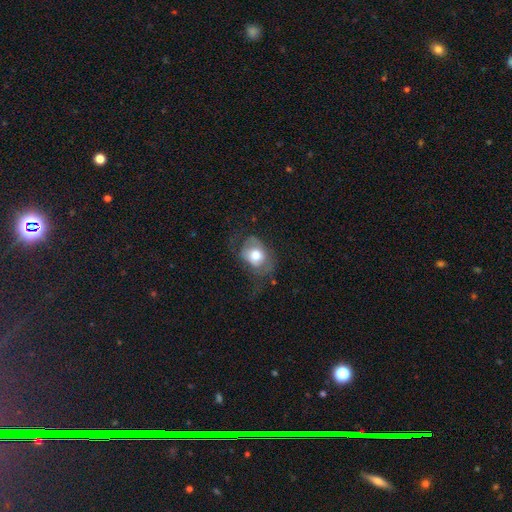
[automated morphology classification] smooth-or-featured: smooth: 62% | featured or disk: 30% | star or artifact: 8%
  how-rounded: in between: 56% | round: 43% | cigar-shaped: 1%
  merging: none: 39% | major disturbance: 33% | minor disturbance: 26% | merger: 2%